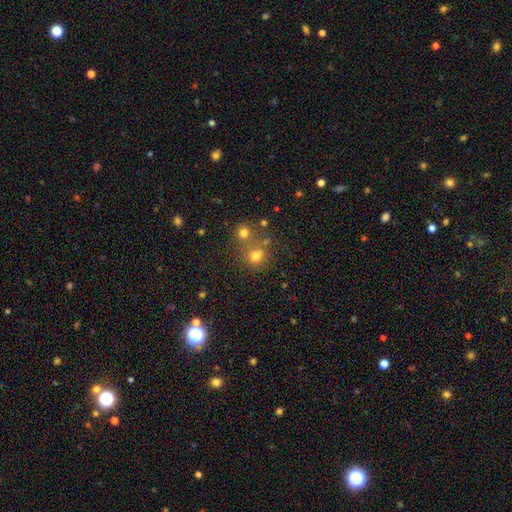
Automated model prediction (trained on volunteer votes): smooth_or_featured: smooth (p=0.71) [alt: star or artifact p=0.19]
how_rounded: round (p=0.83) [alt: in between p=0.16]
merging: none (p=0.57) [alt: merger p=0.29]